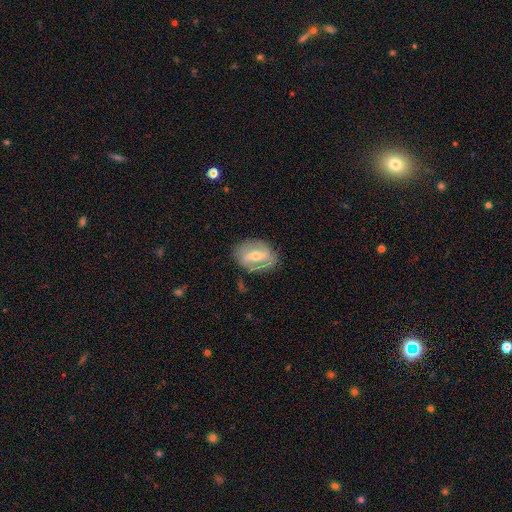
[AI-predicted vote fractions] Overall: featured or disk (70%). Edge-on disk: no (93%). Bar: strong (56%; weak 32%). Spiral arms: yes (56%; no 44%). Bulge size: moderate (57%; small 37%). Merging: none (78%).